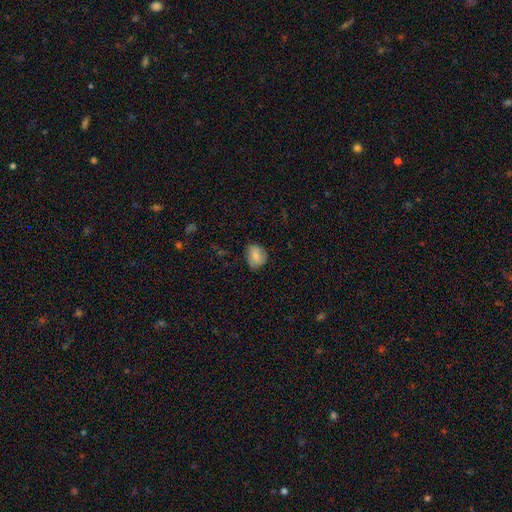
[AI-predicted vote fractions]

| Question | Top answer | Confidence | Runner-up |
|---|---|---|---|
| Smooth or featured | smooth | 79% | featured or disk (13%) |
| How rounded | in between | 51% | round (48%) |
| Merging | none | 70% | minor disturbance (24%) |